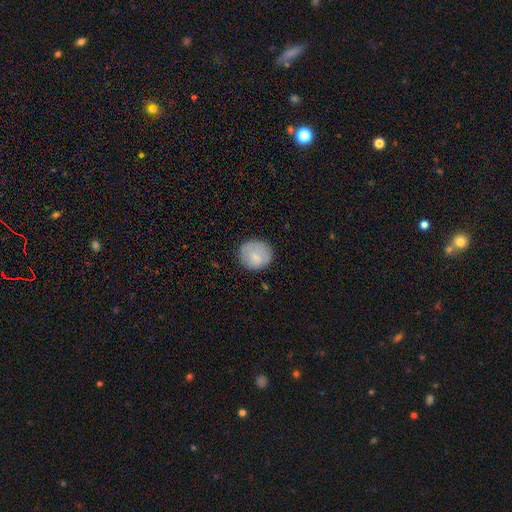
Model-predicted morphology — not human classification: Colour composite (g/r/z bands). It shows a smooth galaxy with no disk features (80%) that is round (81%). Merging: none (77%).